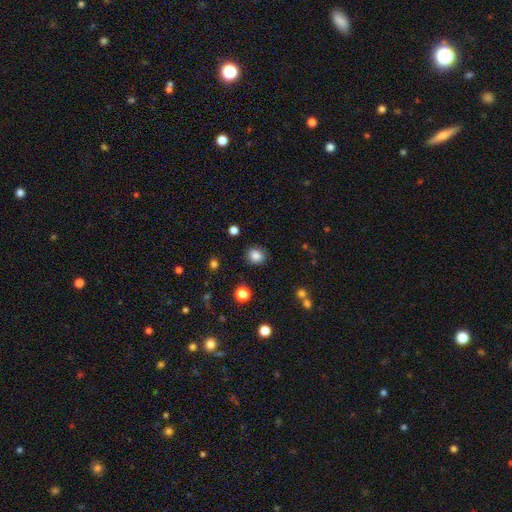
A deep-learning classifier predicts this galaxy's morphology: Smooth or featured: smooth — 85% (star or artifact — 11%)
How rounded: round — 72% (in between — 27%)
Merging: none — 86% (minor disturbance — 10%)